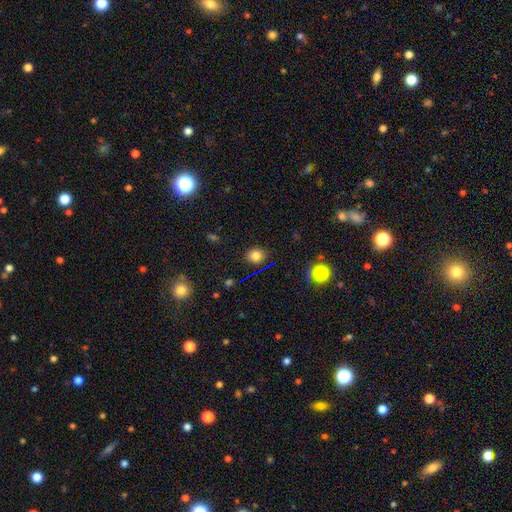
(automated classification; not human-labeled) smooth_or_featured: smooth (p=0.78) [alt: star or artifact p=0.17]
how_rounded: round (p=0.79) [alt: in between p=0.20]
merging: none (p=0.87) [alt: minor disturbance p=0.09]